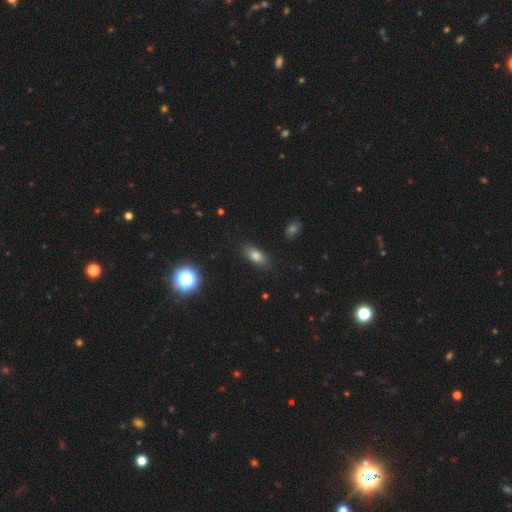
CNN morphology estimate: Smooth or featured: smooth — 76% (star or artifact — 13%)
How rounded: in between — 82% (cigar-shaped — 10%)
Merging: none — 86% (minor disturbance — 10%)